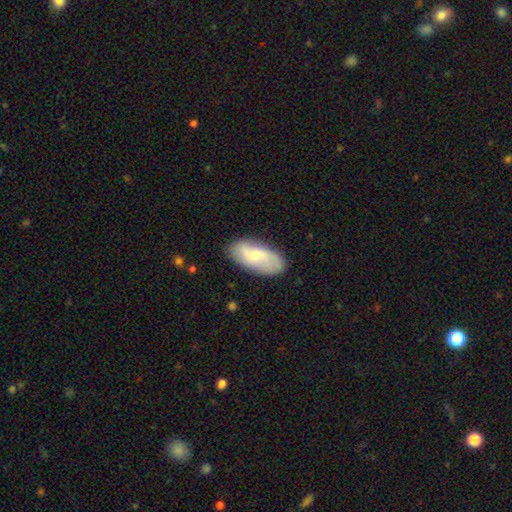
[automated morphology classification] Smooth or featured?
  - smooth: 59% *
  - featured or disk: 34%
  - star or artifact: 7%
How rounded?
  - in between: 88% *
  - cigar-shaped: 10%
  - round: 3%
Merging?
  - none: 78% *
  - minor disturbance: 16%
  - major disturbance: 4%
  - merger: 2%